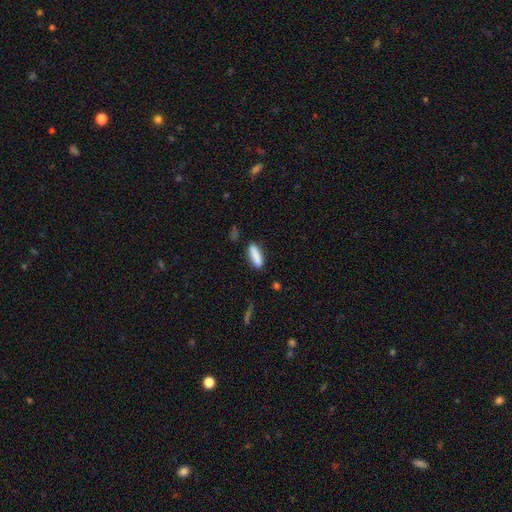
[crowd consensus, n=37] smooth-or-featured: smooth: 86% | featured or disk: 11% | star or artifact: 3%
  how-rounded: cigar-shaped: 56% | in between: 44% | round: 0%
  merging: none: 92% | minor disturbance: 8% | major disturbance: 0% | merger: 0%